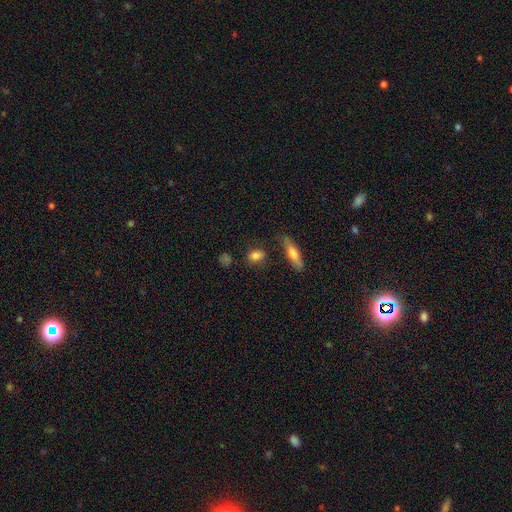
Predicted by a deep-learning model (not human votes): Smooth or featured? smooth (82%)
How rounded? in between (65%)
Merging? none (78%)